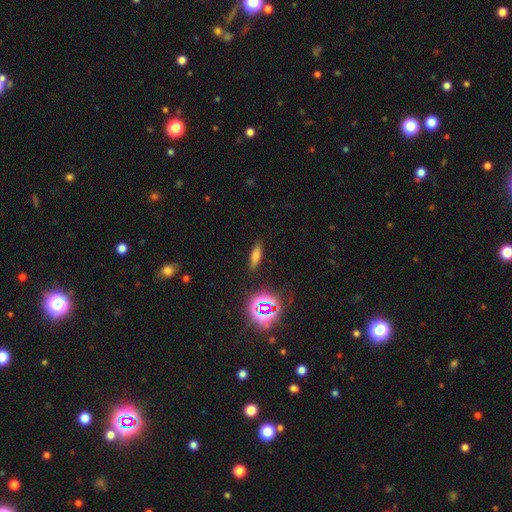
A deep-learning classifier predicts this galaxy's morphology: Smooth or featured: smooth — 63% (star or artifact — 21%)
How rounded: cigar-shaped — 51% (in between — 44%)
Merging: none — 87% (minor disturbance — 9%)